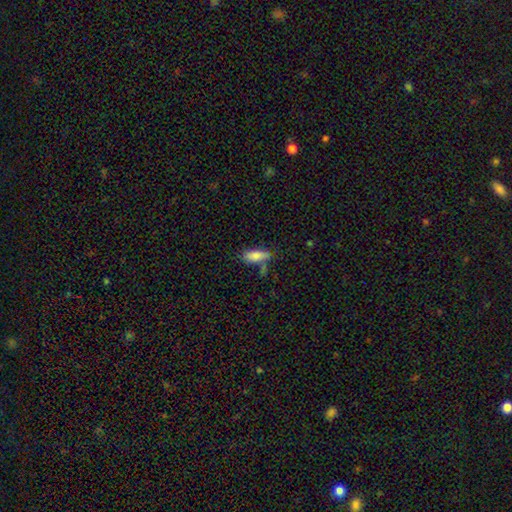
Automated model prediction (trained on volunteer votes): Smooth or featured? Predicted: smooth (p=0.82). How rounded? Predicted: in between (p=0.70). Merging? Predicted: none (p=0.63).